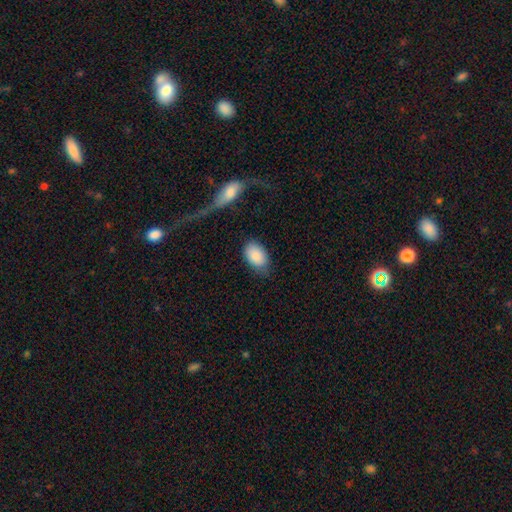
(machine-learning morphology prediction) smooth_or_featured: smooth (p=0.88) [alt: star or artifact p=0.06]
how_rounded: in between (p=0.89) [alt: round p=0.10]
merging: none (p=0.68) [alt: minor disturbance p=0.22]